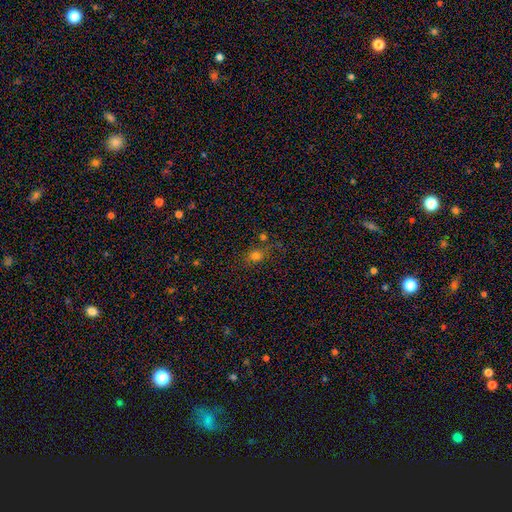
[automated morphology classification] Smooth or featured: smooth — 67% (star or artifact — 24%)
How rounded: round — 56% (in between — 42%)
Merging: none — 65% (minor disturbance — 16%)